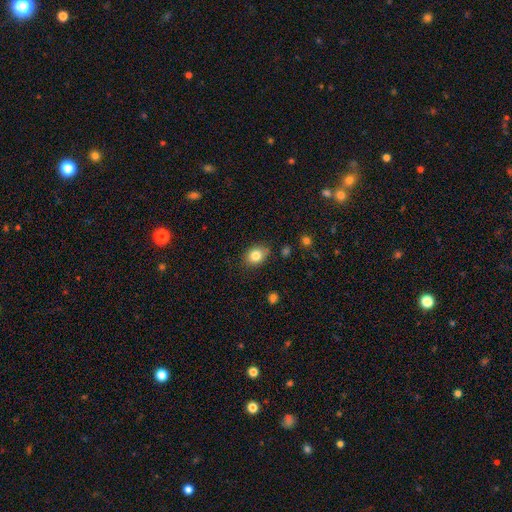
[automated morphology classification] Q: Smooth or featured?
A: smooth (83%); runner-up: star or artifact (9%)
Q: How rounded?
A: in between (57%); runner-up: round (42%)
Q: Merging?
A: none (81%); runner-up: minor disturbance (14%)